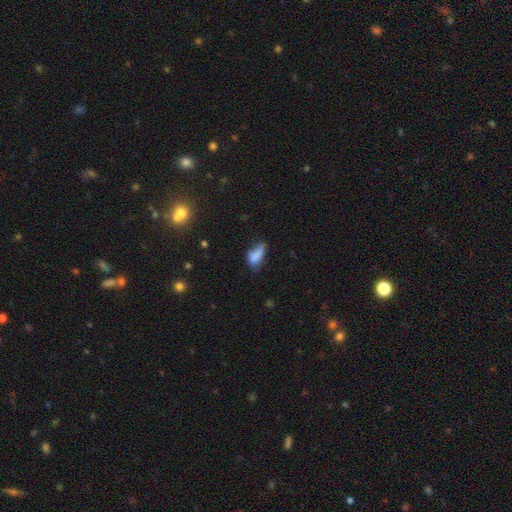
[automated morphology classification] smooth_or_featured: smooth (p=0.69) [alt: featured or disk p=0.19]
how_rounded: in between (p=0.77) [alt: cigar-shaped p=0.18]
merging: minor disturbance (p=0.33) [alt: major disturbance p=0.29]